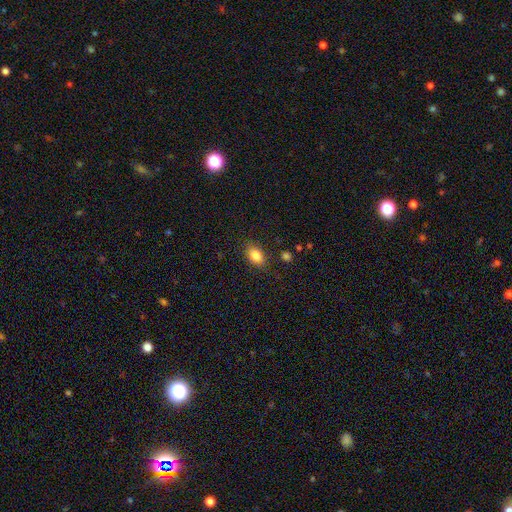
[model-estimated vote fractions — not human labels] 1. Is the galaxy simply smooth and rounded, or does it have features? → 84% smooth, 9% star or artifact, 7% featured or disk.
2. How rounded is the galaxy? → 84% in between, 14% round, 2% cigar-shaped.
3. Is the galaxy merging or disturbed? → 84% none, 12% minor disturbance, 3% major disturbance, 2% merger.